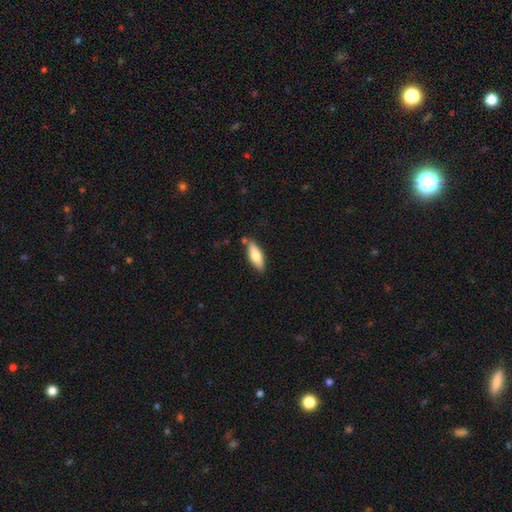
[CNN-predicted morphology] The model was most divided on "how rounded": in between: 60%, cigar-shaped: 38%, round: 2%. More confident: merging — none (78%); smooth or featured — smooth (69%).